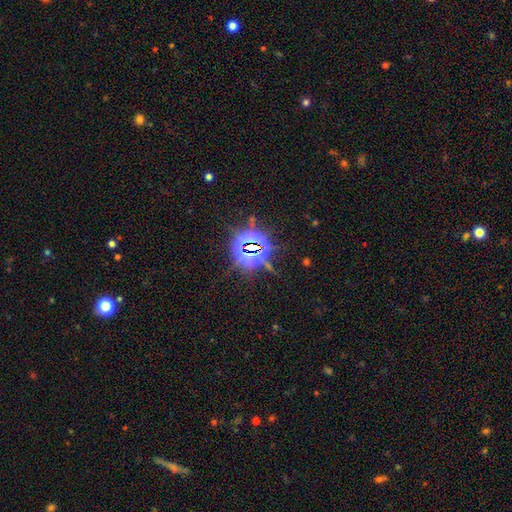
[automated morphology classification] This is clearly a star or artifact rather than a galaxy (82%).